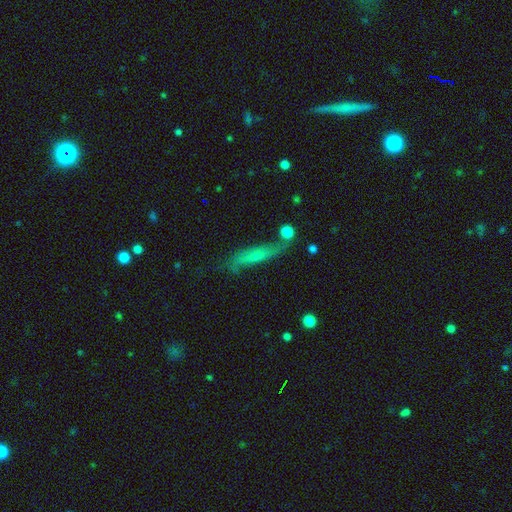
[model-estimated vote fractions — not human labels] Smooth or featured: featured or disk — 46% (smooth — 45%)
Merging: none — 63% (minor disturbance — 22%)